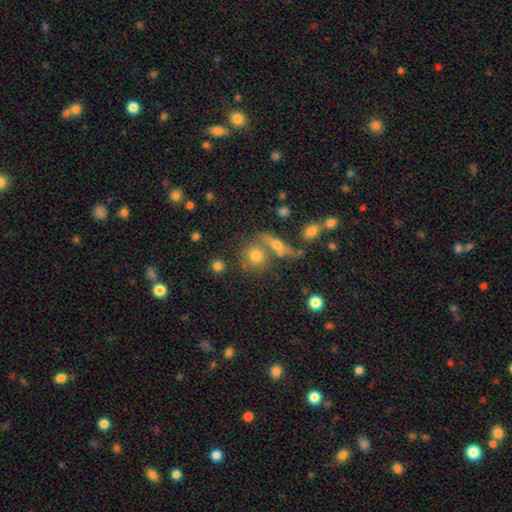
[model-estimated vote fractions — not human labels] The model was most divided on "merging": none: 54%, merger: 31%, minor disturbance: 10%, major disturbance: 5%. More confident: how rounded — round (78%); smooth or featured — smooth (71%).